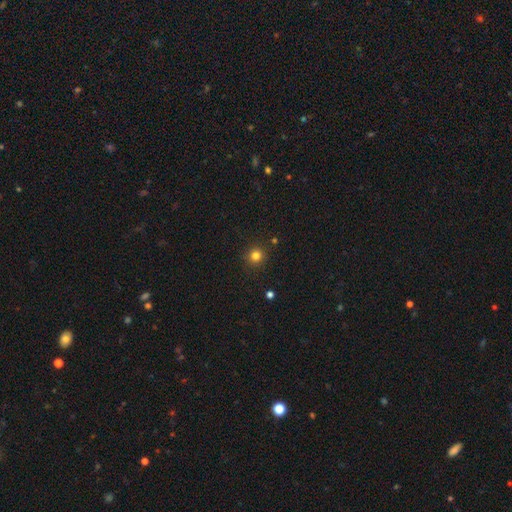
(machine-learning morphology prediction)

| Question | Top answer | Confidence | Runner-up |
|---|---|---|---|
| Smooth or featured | smooth | 80% | star or artifact (15%) |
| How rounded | round | 94% | in between (5%) |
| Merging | none | 90% | minor disturbance (6%) |